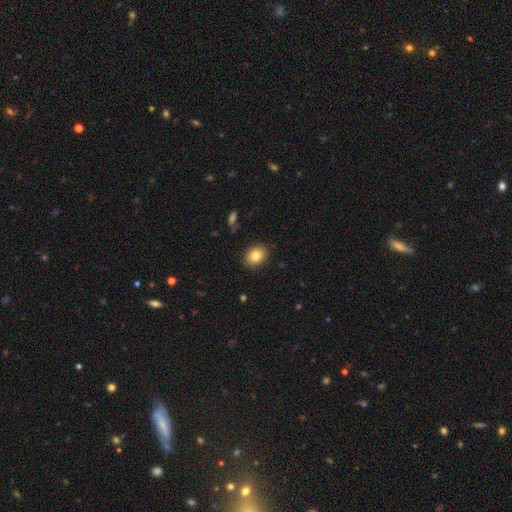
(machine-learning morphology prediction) This is clearly a smooth galaxy (83%). How rounded: possibly in between (56%). Merging: clearly none (88%).